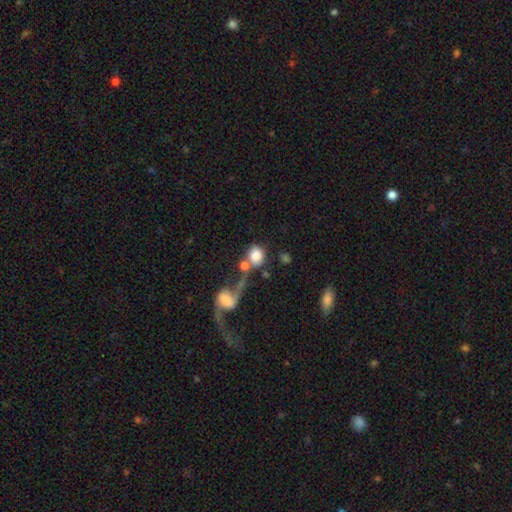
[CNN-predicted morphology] The model was most divided on "merging": merger: 44%, none: 33%, major disturbance: 13%, minor disturbance: 10%. More confident: smooth or featured — smooth (76%); how rounded — round (68%).